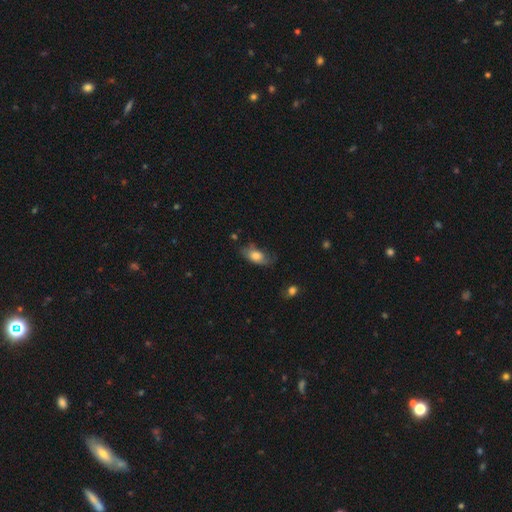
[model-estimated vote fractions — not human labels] smooth 71%, featured or disk 21%, star or artifact 8%. Down the decision tree: how rounded — in between (88%); merging — none (51%).